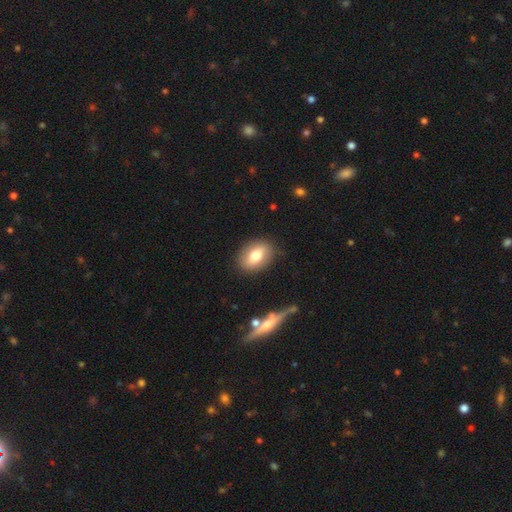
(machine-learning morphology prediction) smooth-or-featured: smooth: 74% | featured or disk: 17% | star or artifact: 8%
  how-rounded: in between: 74% | round: 25% | cigar-shaped: 2%
  merging: none: 85% | minor disturbance: 10% | major disturbance: 3% | merger: 2%